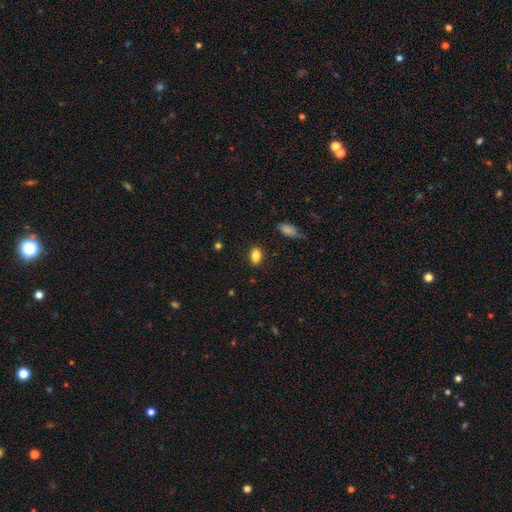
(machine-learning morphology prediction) A smooth galaxy with no disk features (84%) that is in between round and cigar-shaped (85%).

Vote fractions:
- Smooth or featured? smooth: 84% / star or artifact: 9% / featured or disk: 7%
- How rounded? in between: 85% / round: 12% / cigar-shaped: 3%
- Merging? none: 86% / minor disturbance: 11% / major disturbance: 2% / merger: 1%